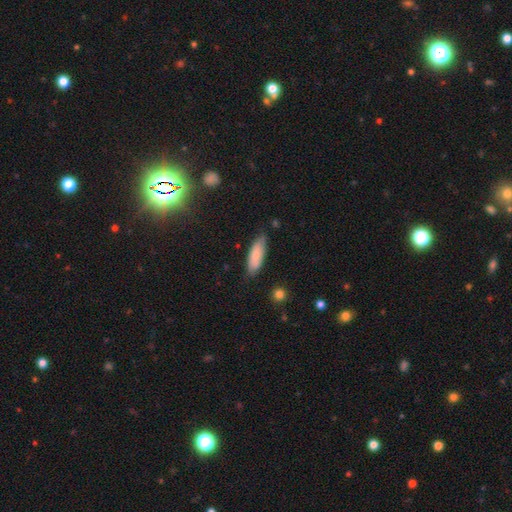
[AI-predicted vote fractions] smooth_or_featured: smooth (p=0.78) [alt: featured or disk p=0.16]
how_rounded: in between (p=0.61) [alt: cigar-shaped p=0.37]
merging: none (p=0.74) [alt: minor disturbance p=0.21]